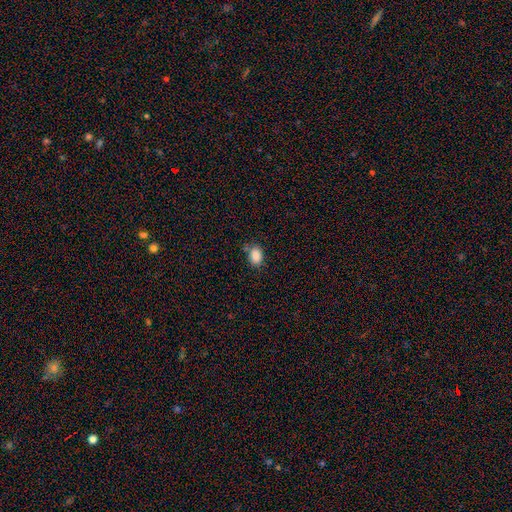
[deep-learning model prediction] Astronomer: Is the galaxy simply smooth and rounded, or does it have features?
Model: smooth — 87%.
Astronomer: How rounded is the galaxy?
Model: in between — 79%.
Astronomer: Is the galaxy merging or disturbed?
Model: none — 74%.